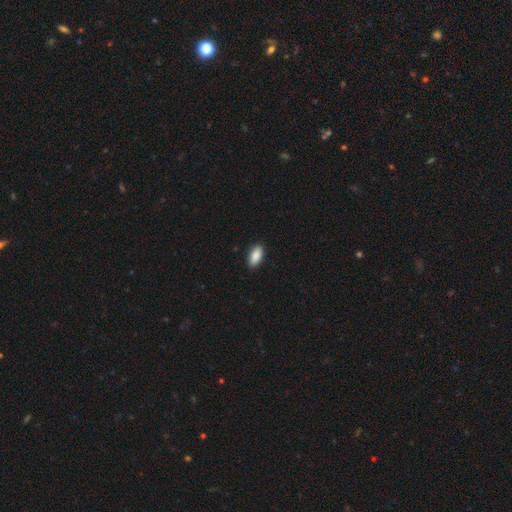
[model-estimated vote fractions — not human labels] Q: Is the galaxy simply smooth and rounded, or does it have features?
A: smooth — 90%.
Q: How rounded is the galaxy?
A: in between — 93%.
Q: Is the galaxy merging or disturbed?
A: none — 89%.